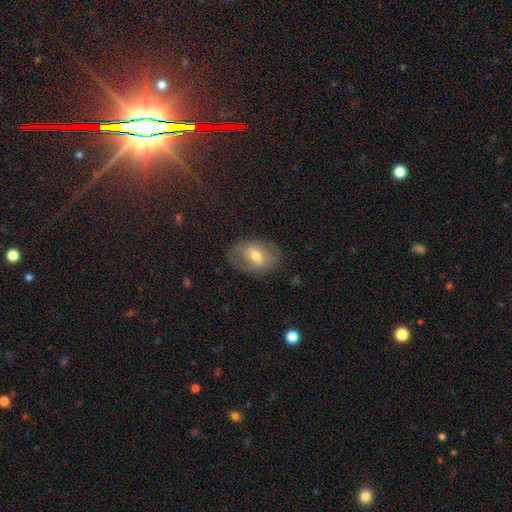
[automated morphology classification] smooth-or-featured: smooth: 47% | featured or disk: 44% | star or artifact: 9%
  merging: none: 76% | minor disturbance: 16% | major disturbance: 6% | merger: 1%